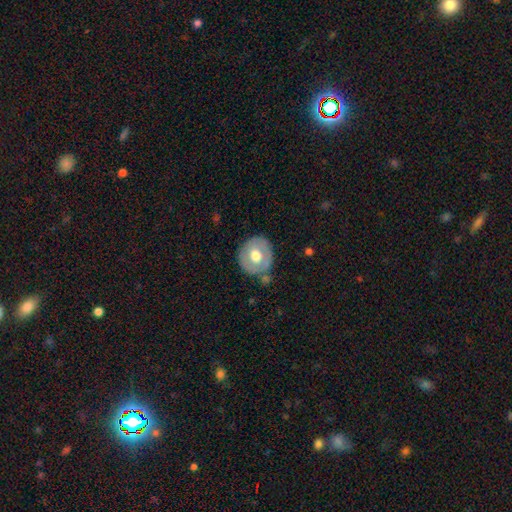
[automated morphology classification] smooth_or_featured: smooth (p=0.53) [alt: featured or disk p=0.41]
how_rounded: round (p=0.79) [alt: in between p=0.20]
merging: none (p=0.77) [alt: minor disturbance p=0.14]